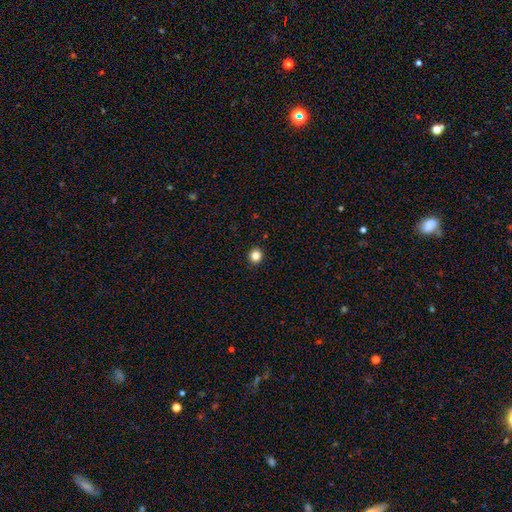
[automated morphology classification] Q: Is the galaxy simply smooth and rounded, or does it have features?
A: smooth — 83%.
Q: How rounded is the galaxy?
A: round — 90%.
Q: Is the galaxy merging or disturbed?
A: none — 93%.